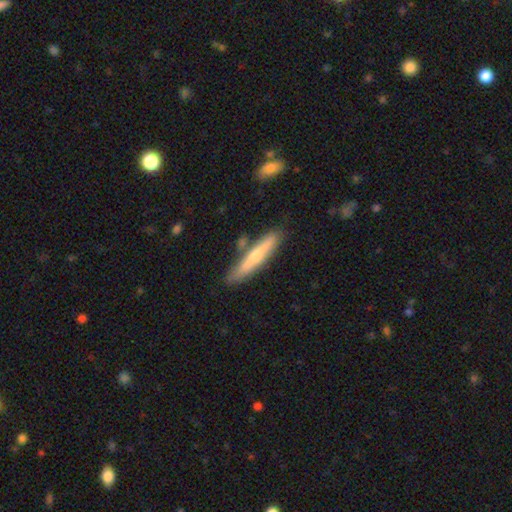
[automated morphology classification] This appears to be a smooth galaxy with no disk features (50%) that is cigar-shaped (89%). Merging: none (78%).